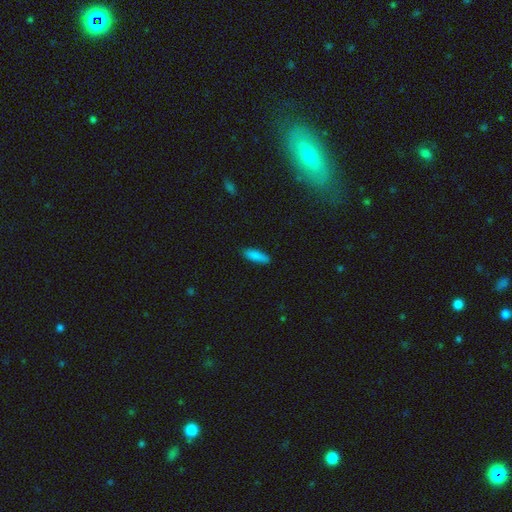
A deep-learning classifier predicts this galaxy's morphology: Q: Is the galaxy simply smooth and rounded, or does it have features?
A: smooth — 87%.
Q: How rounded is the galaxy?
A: in between — 50%.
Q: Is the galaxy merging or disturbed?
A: none — 86%.